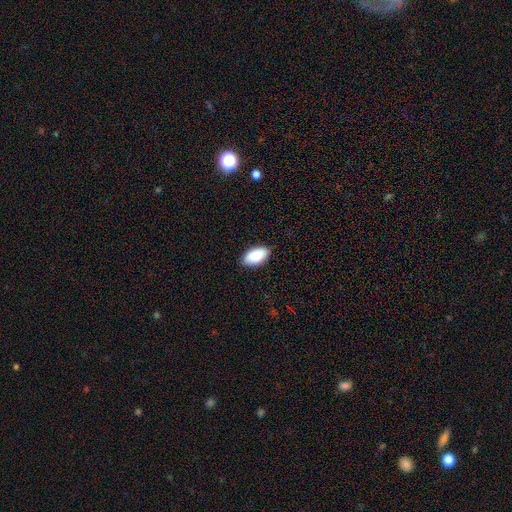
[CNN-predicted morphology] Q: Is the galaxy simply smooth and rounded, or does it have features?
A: smooth — 90%.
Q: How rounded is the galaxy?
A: in between — 95%.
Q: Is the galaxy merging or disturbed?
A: none — 87%.